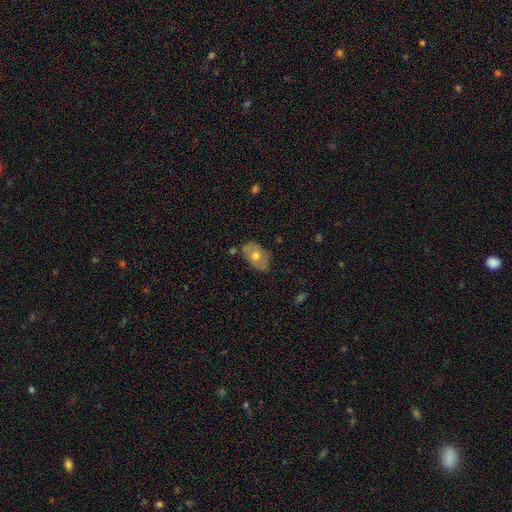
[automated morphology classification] This appears to be a smooth galaxy with no disk features (51%) that is in between round and cigar-shaped (83%). Merging: none (68%).